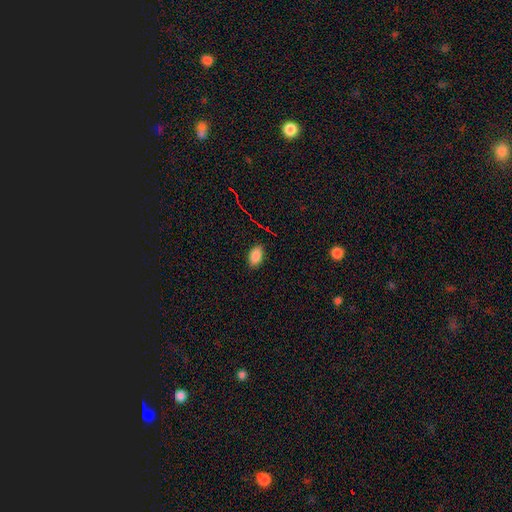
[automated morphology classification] smooth-or-featured: smooth: 86% | star or artifact: 9% | featured or disk: 5%
  how-rounded: in between: 92% | round: 7% | cigar-shaped: 2%
  merging: none: 86% | minor disturbance: 11% | major disturbance: 2% | merger: 1%